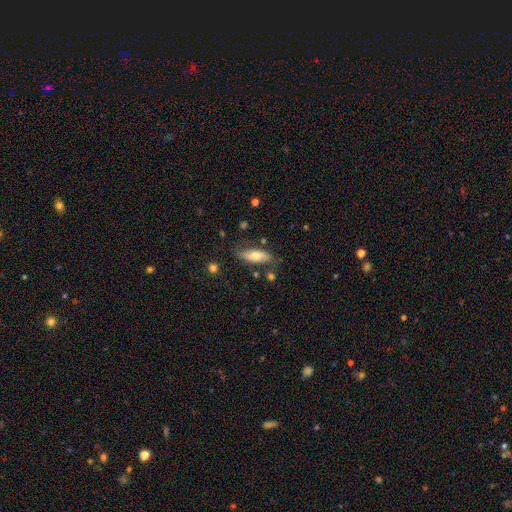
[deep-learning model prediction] smooth_or_featured: smooth (p=0.61) [alt: featured or disk p=0.32]
how_rounded: in between (p=0.70) [alt: cigar-shaped p=0.28]
merging: none (p=0.73) [alt: minor disturbance p=0.19]